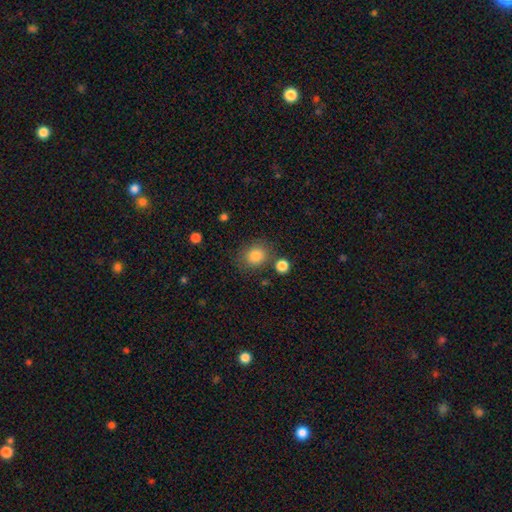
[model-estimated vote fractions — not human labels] The model was most divided on "how rounded": round: 74%, in between: 25%, cigar-shaped: 1%. More confident: smooth or featured — smooth (84%); merging — none (76%).